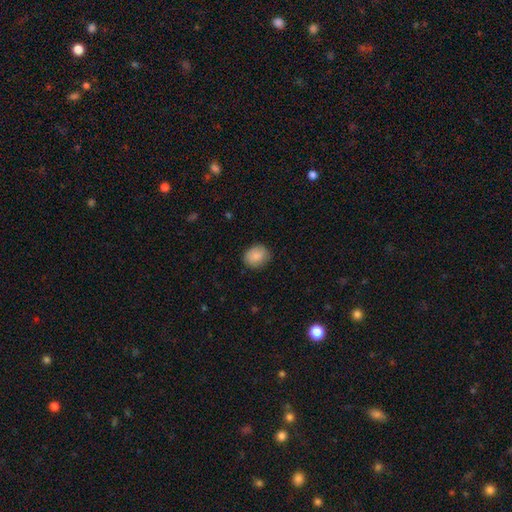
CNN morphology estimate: Smooth or featured?
  - smooth: 87% *
  - star or artifact: 7%
  - featured or disk: 6%
How rounded?
  - round: 63% *
  - in between: 36%
  - cigar-shaped: 1%
Merging?
  - none: 84% *
  - minor disturbance: 13%
  - major disturbance: 3%
  - merger: 1%